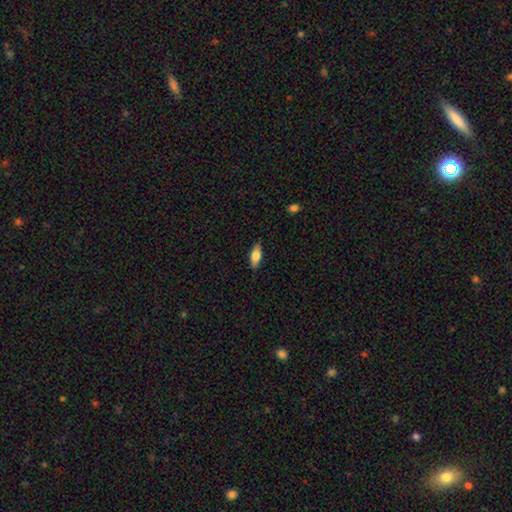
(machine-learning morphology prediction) The model was most divided on "smooth or featured": smooth: 69%, featured or disk: 24%, star or artifact: 7%. More confident: merging — none (87%); how rounded — in between (78%).